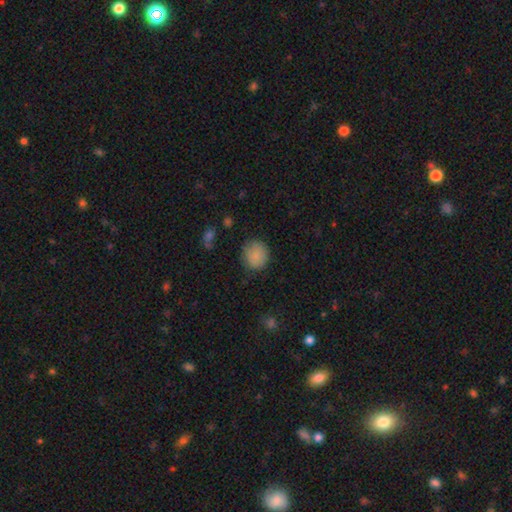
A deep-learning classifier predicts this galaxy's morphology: A smooth galaxy with no disk features (85%) that is round (82%).

Vote fractions:
- Smooth or featured? smooth: 85% / star or artifact: 9% / featured or disk: 6%
- How rounded? round: 82% / in between: 17% / cigar-shaped: 1%
- Merging? none: 77% / minor disturbance: 17% / major disturbance: 5% / merger: 2%